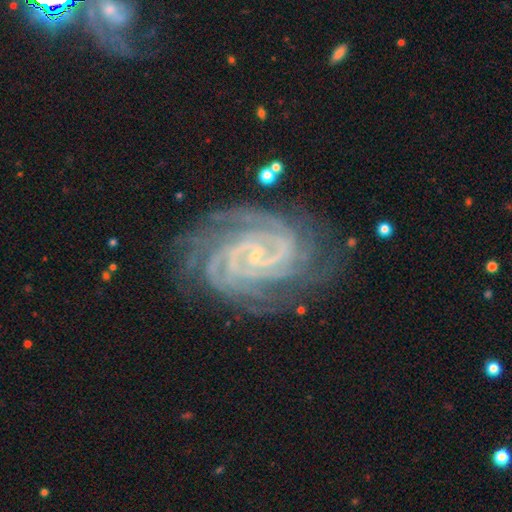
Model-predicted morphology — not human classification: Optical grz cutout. It shows a featured or disk galaxy (91%) with no bar (52%), 2 (23%) tight (81%) spiral arms (99%) and a small central bulge (86%). Merging: none (78%).